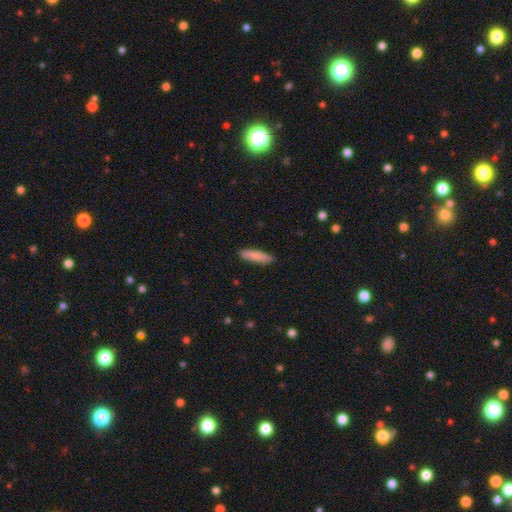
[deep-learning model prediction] Smooth or featured?
  - smooth: 85% *
  - featured or disk: 9%
  - star or artifact: 6%
How rounded?
  - cigar-shaped: 79% *
  - in between: 20%
  - round: 1%
Merging?
  - none: 88% *
  - minor disturbance: 9%
  - major disturbance: 2%
  - merger: 1%